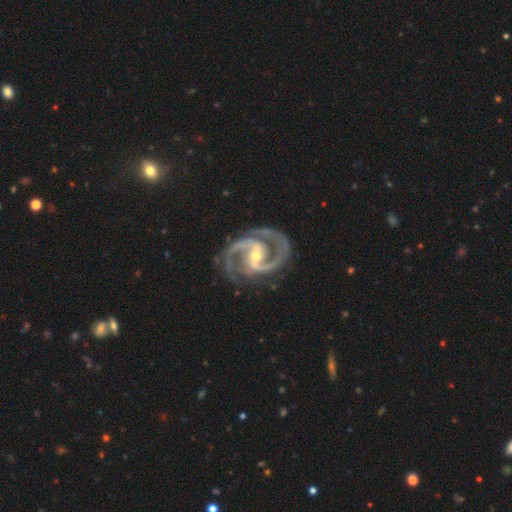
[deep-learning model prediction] This appears to be a featured or disk galaxy (94%) with a strong bar (39%, tied with weak), 2 (90%) medium (66%) spiral arms (99%) and a small central bulge (54%). Merging: none (76%).